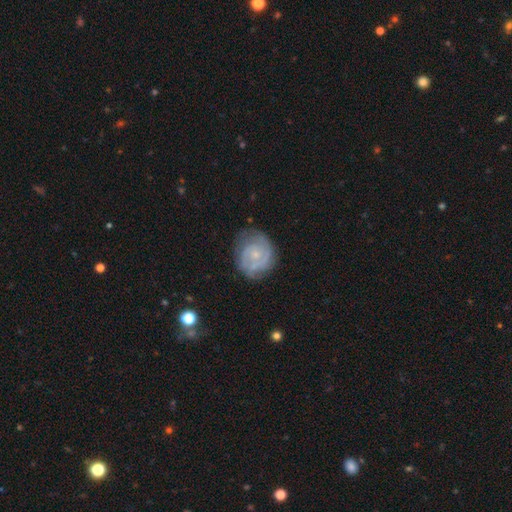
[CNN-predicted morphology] This is likely a featured or disk galaxy (77%). It is clearly not viewed edge-on (98%). Bar: likely no (73%). Spiral arm pattern: clearly yes (92%). Spiral arm count: possibly 2 (47%). Spiral winding: likely tight (63%). Central bulge: likely small (75%). Merging: likely none (70%).